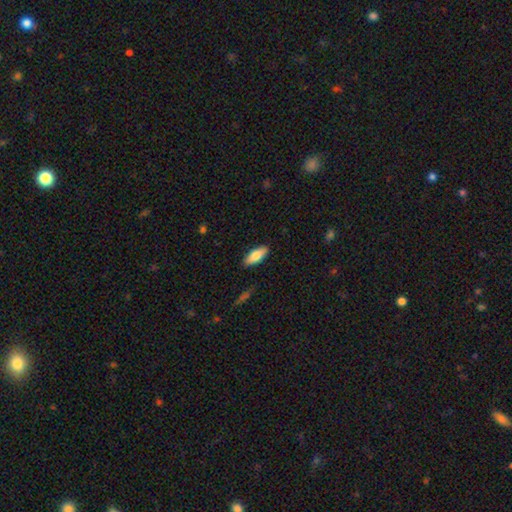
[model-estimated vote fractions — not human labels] This appears to be a smooth galaxy with no disk features (77%) that is in between round and cigar-shaped (80%). Merging: none (88%).